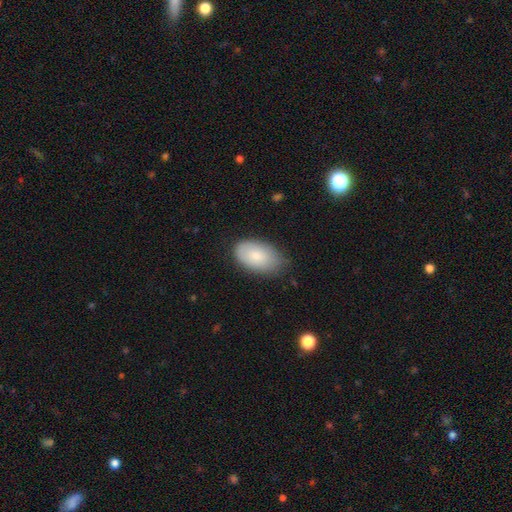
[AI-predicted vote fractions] Smooth or featured? Predicted: smooth (p=0.79). How rounded? Predicted: in between (p=0.94). Merging? Predicted: none (p=0.69).